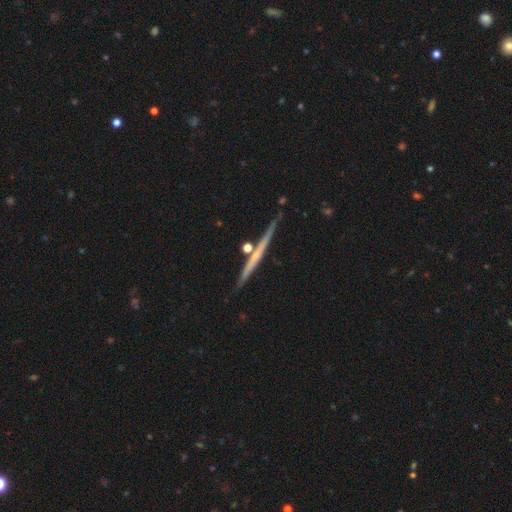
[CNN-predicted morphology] The model was most divided on "smooth or featured": featured or disk: 66%, smooth: 28%, star or artifact: 6%. More confident: edge-on disk — yes (98%); merging — none (83%); edge-on bulge — none (69%).